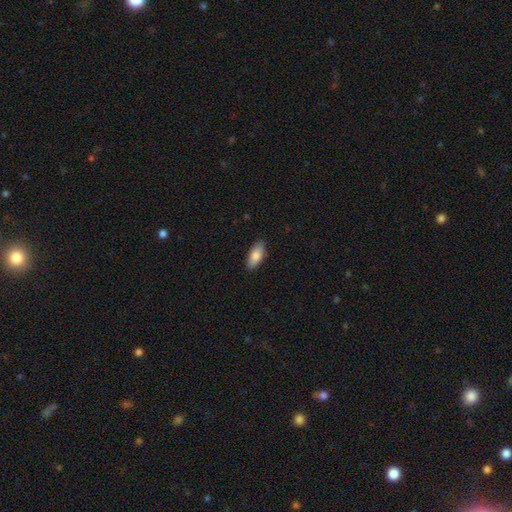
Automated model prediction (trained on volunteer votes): This is clearly a smooth galaxy (83%). How rounded: clearly in between (84%). Merging: clearly none (88%).